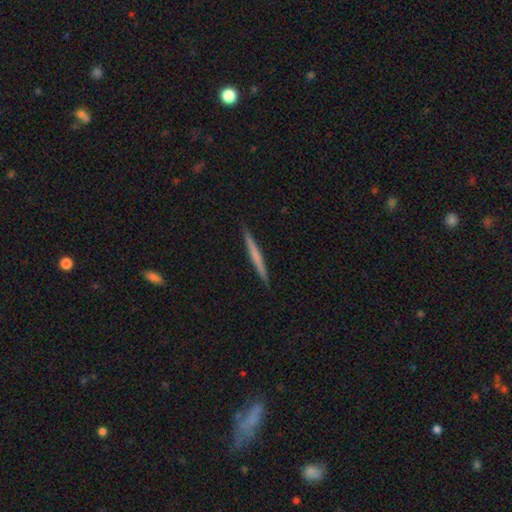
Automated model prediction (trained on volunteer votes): Overall: smooth (54%; featured or disk 40%). How rounded: cigar-shaped (97%). Merging: none (92%).